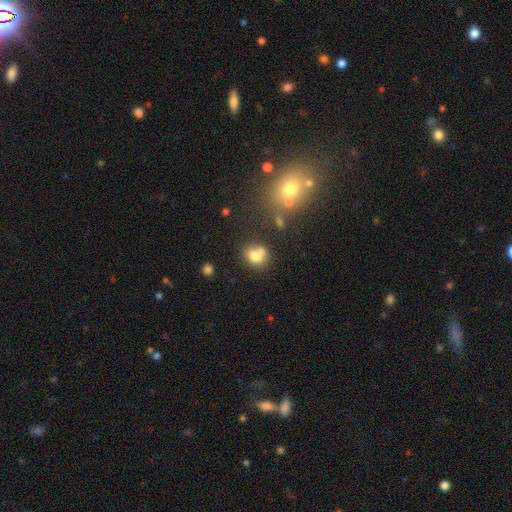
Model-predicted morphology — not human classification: Smooth or featured? Predicted: smooth (p=0.76). How rounded? Predicted: round (p=0.64). Merging? Predicted: none (p=0.48).